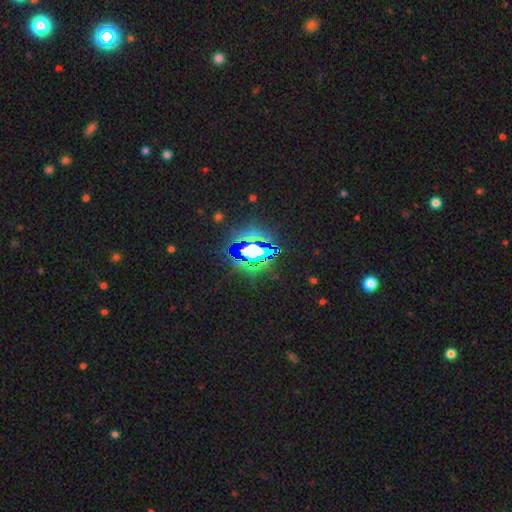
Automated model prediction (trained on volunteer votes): smooth-or-featured: star or artifact: 74% | smooth: 14% | featured or disk: 11%